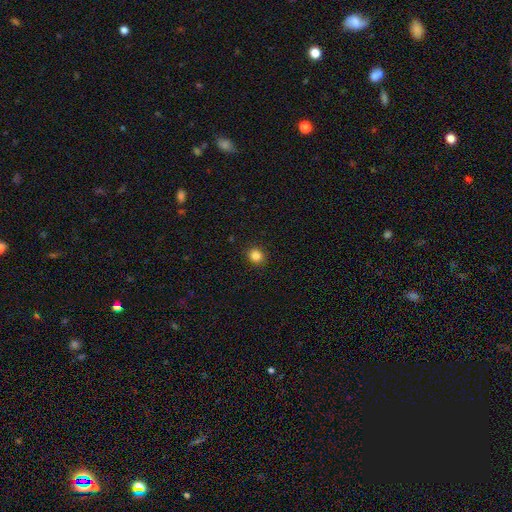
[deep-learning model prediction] Smooth or featured?
  - smooth: 85% *
  - star or artifact: 11%
  - featured or disk: 4%
How rounded?
  - round: 83% *
  - in between: 16%
  - cigar-shaped: 1%
Merging?
  - none: 92% *
  - minor disturbance: 6%
  - major disturbance: 2%
  - merger: 1%